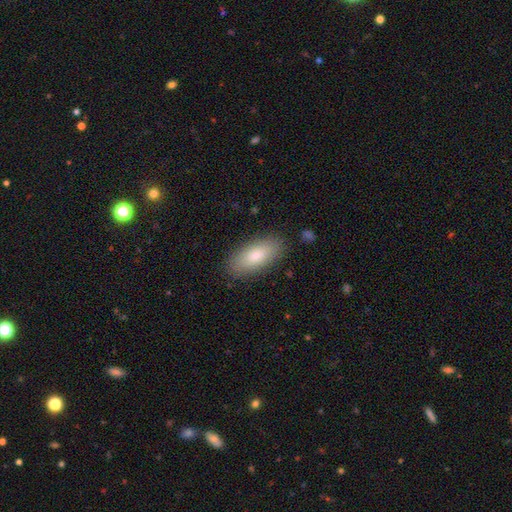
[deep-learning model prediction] This is clearly a smooth galaxy (82%). How rounded: clearly in between (85%). Merging: clearly none (86%).